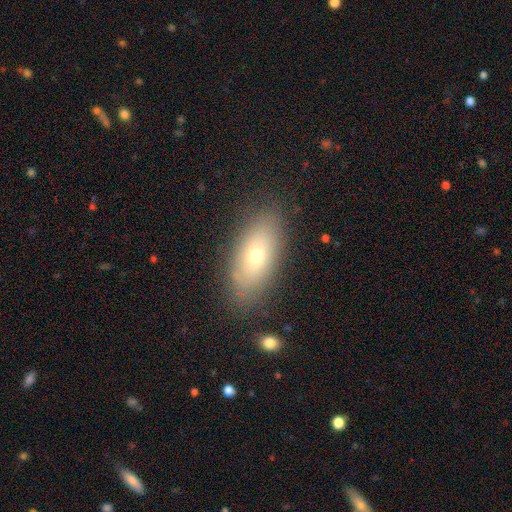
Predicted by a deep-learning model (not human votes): A smooth galaxy with no disk features (61%) that is in between round and cigar-shaped (85%).

Vote fractions:
- Smooth or featured? smooth: 61% / featured or disk: 29% / star or artifact: 10%
- How rounded? in between: 85% / cigar-shaped: 10% / round: 5%
- Merging? none: 82% / minor disturbance: 12% / major disturbance: 4% / merger: 2%